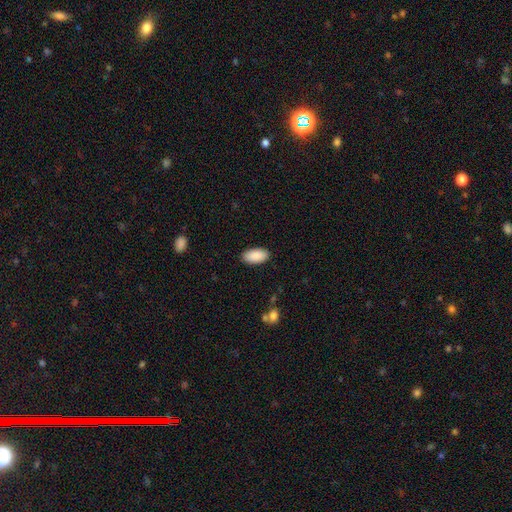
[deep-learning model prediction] Smooth or featured? smooth (91%)
How rounded? in between (95%)
Merging? none (88%)